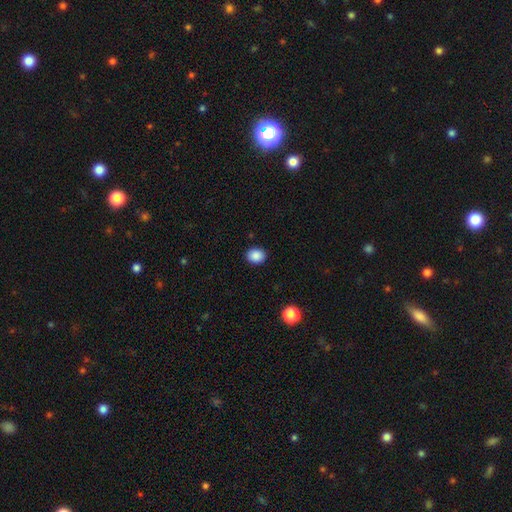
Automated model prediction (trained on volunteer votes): smooth 88%, star or artifact 9%, featured or disk 3%. Down the decision tree: how rounded — round (55%); merging — none (90%).